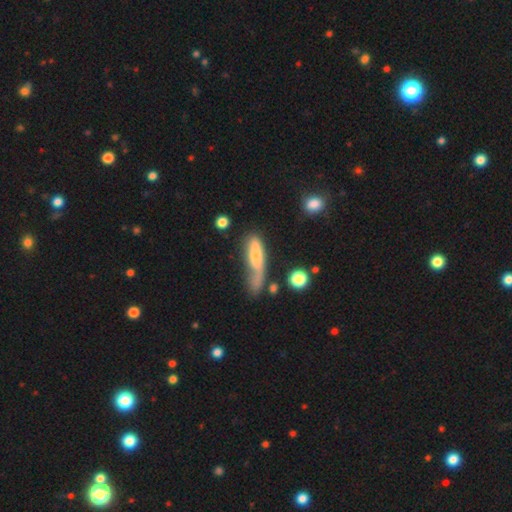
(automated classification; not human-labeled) A smooth galaxy with no disk features (52%) that is cigar-shaped (70%). Merging: none (34%).